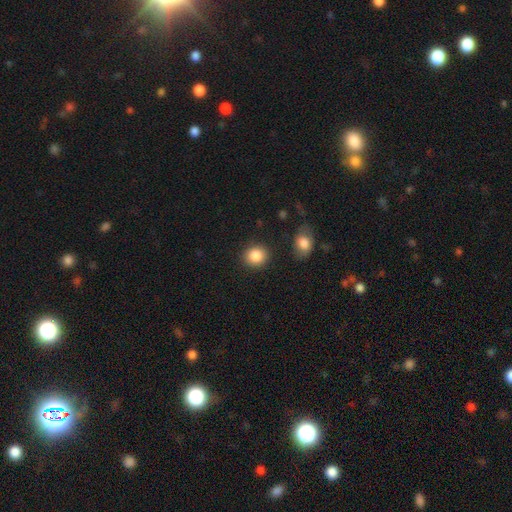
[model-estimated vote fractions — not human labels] A smooth galaxy with no disk features (86%) that is round (79%).

Vote fractions:
- Smooth or featured? smooth: 86% / star or artifact: 9% / featured or disk: 5%
- How rounded? round: 79% / in between: 20% / cigar-shaped: 1%
- Merging? none: 87% / minor disturbance: 8% / merger: 3% / major disturbance: 3%